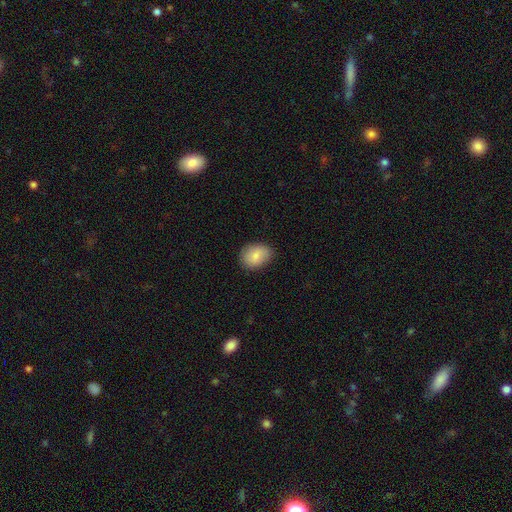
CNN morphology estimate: A smooth galaxy with no disk features (82%) that is in between round and cigar-shaped (65%). Merging: none (83%).